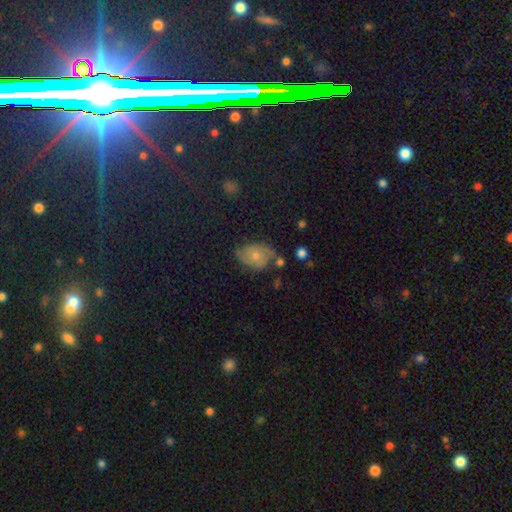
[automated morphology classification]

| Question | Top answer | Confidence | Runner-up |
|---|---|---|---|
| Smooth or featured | featured or disk | 46% | smooth (44%) |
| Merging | none | 53% | minor disturbance (30%) |